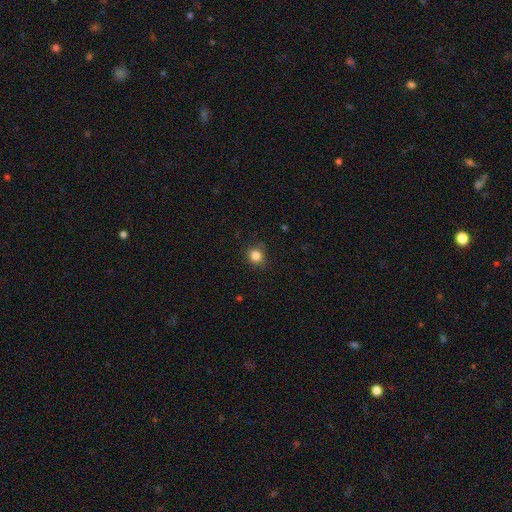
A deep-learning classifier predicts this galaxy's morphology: Overall: smooth (83%). How rounded: round (84%). Merging: none (85%).